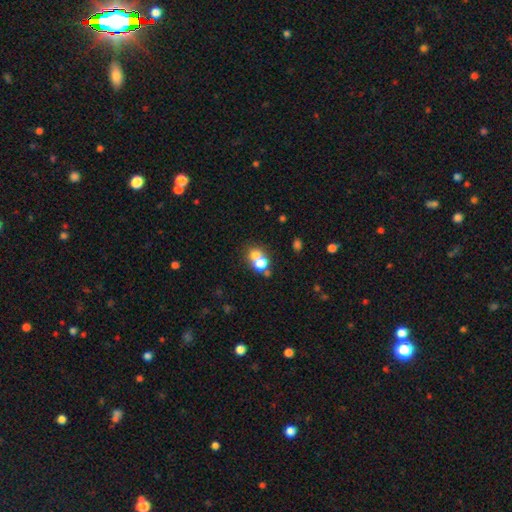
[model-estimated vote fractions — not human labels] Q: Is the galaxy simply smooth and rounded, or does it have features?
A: smooth — 66%.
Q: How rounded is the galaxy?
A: round — 70%.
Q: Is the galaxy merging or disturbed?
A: merger — 53%.